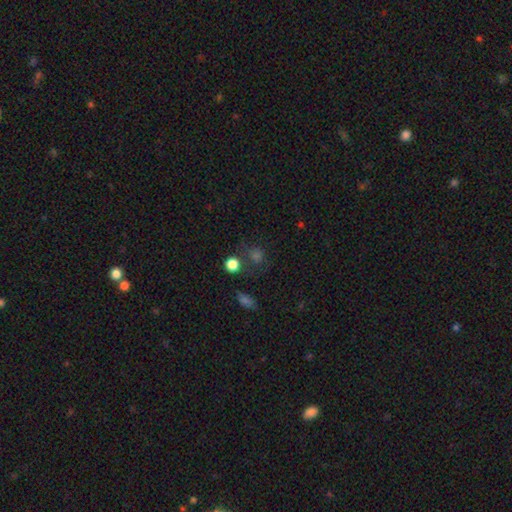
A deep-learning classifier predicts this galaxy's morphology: Smooth or featured?
  - smooth: 54% *
  - star or artifact: 36%
  - featured or disk: 11%
How rounded?
  - round: 82% *
  - in between: 16%
  - cigar-shaped: 1%
Merging?
  - none: 65% *
  - minor disturbance: 14%
  - merger: 12%
  - major disturbance: 9%